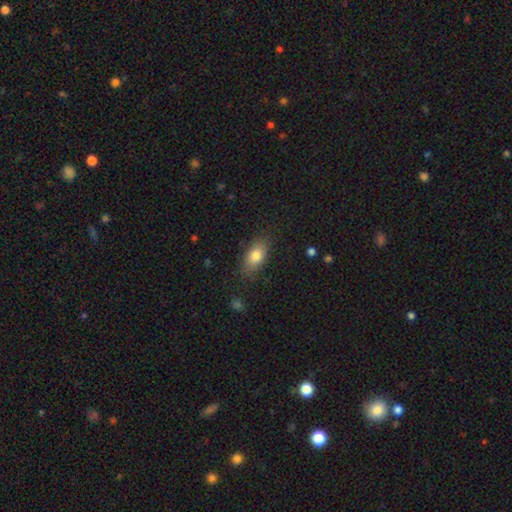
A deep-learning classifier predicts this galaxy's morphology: This appears to be a smooth galaxy with no disk features (80%) that is in between round and cigar-shaped (86%). Merging: none (81%).